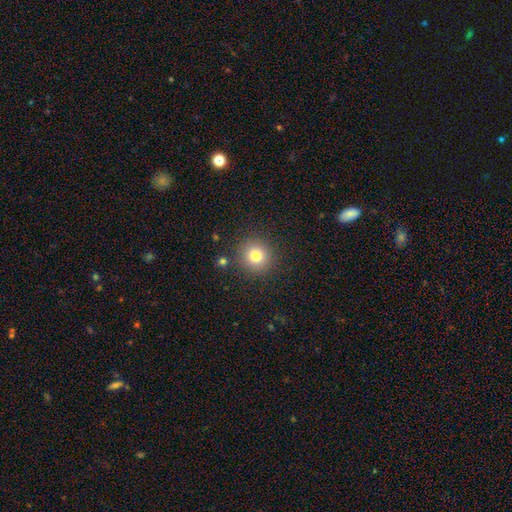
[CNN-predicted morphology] A smooth galaxy with no disk features (78%) that is round (93%). Merging: none (88%).